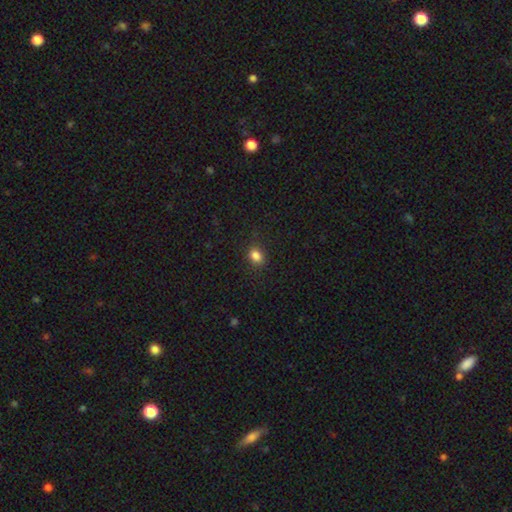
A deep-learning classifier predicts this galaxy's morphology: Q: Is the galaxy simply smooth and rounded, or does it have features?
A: smooth — 84%.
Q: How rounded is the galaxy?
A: in between — 66%.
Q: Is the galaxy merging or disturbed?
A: none — 86%.